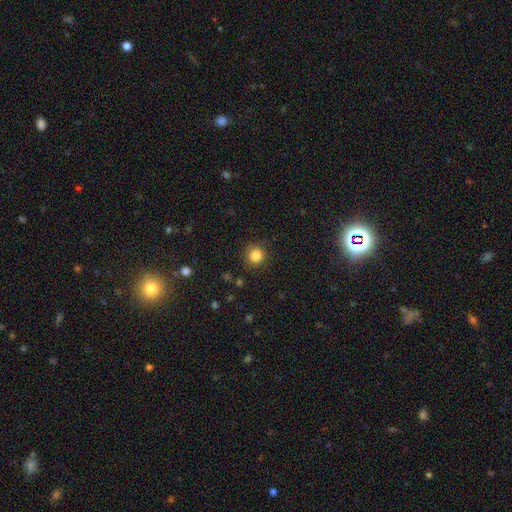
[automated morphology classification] The model was most divided on "smooth or featured": smooth: 84%, star or artifact: 12%, featured or disk: 5%. More confident: how rounded — round (92%); merging — none (88%).